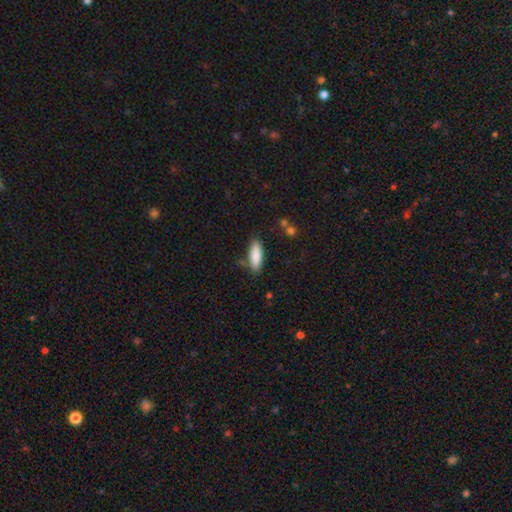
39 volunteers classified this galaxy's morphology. This is clearly a smooth galaxy (82%). How rounded: likely cigar-shaped (72%). Merging: likely none (75%).